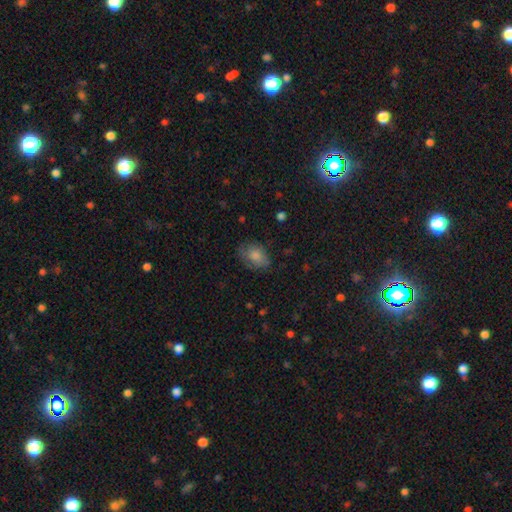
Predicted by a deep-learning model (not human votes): The model was most divided on "merging": none: 64%, minor disturbance: 25%, major disturbance: 9%, merger: 1%. More confident: smooth or featured — smooth (79%); how rounded — in between (78%).